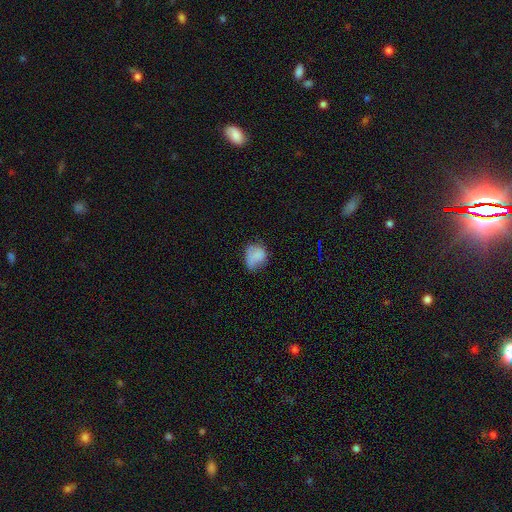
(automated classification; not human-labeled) Smooth or featured? smooth (75%)
How rounded? round (54%)
Merging? none (39%)